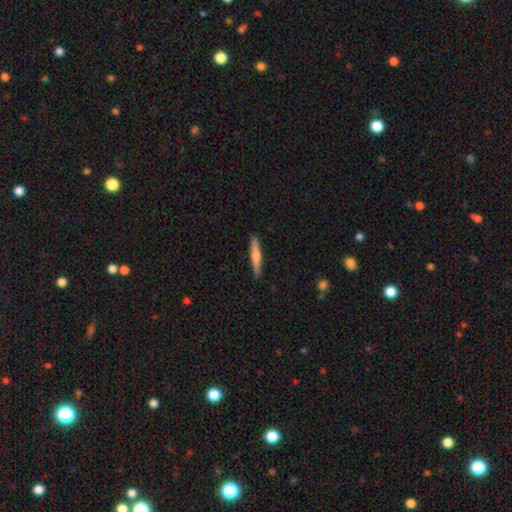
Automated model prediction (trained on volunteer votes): A smooth galaxy with no disk features (64%) that is cigar-shaped (93%).

Vote fractions:
- Smooth or featured? smooth: 64% / featured or disk: 31% / star or artifact: 5%
- How rounded? cigar-shaped: 93% / in between: 6% / round: 1%
- Merging? none: 88% / minor disturbance: 9% / major disturbance: 2% / merger: 1%